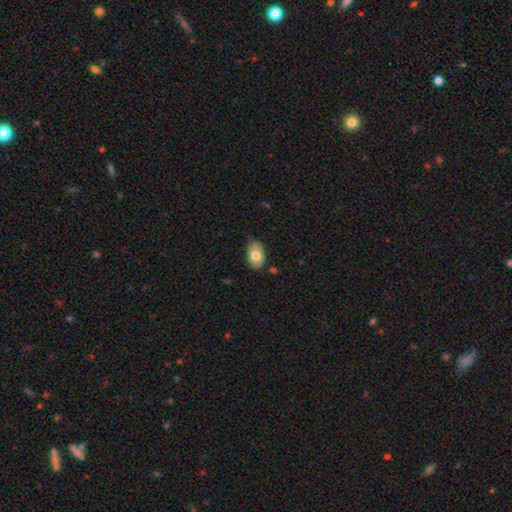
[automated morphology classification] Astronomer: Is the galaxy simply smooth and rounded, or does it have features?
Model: smooth — 70%.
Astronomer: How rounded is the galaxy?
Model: in between — 91%.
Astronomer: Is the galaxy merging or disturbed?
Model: none — 81%.